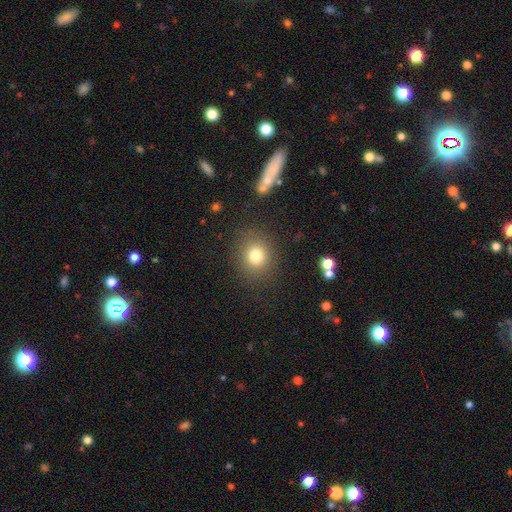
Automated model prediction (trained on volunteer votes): This is likely a smooth galaxy (78%). How rounded: likely round (75%). Merging: clearly none (85%).